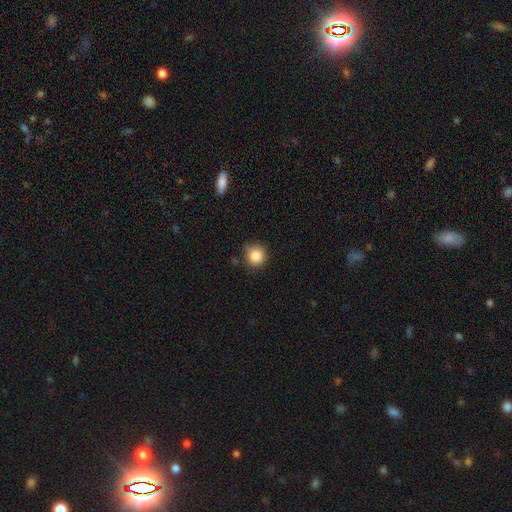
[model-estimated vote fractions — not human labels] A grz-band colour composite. It shows a smooth galaxy with no disk features (85%) that is round (91%). Merging: none (77%).